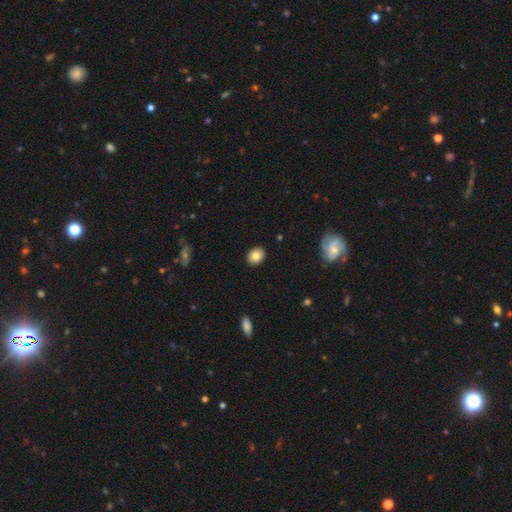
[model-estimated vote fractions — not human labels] Smooth or featured: smooth — 83% (star or artifact — 9%)
How rounded: in between — 52% (round — 47%)
Merging: none — 90% (minor disturbance — 7%)